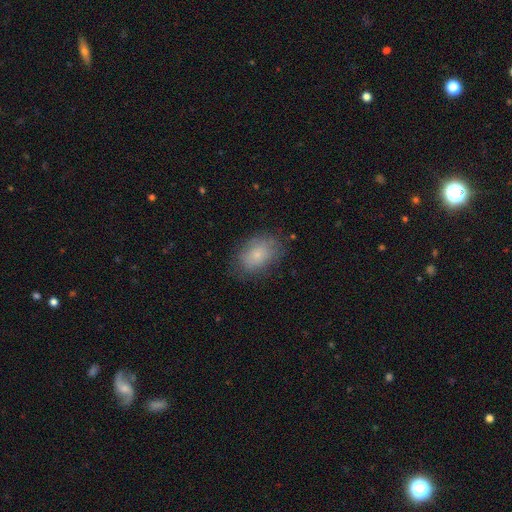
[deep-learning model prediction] smooth-or-featured: smooth: 78% | featured or disk: 14% | star or artifact: 9%
  how-rounded: in between: 80% | round: 18% | cigar-shaped: 1%
  merging: none: 75% | minor disturbance: 18% | major disturbance: 6% | merger: 1%